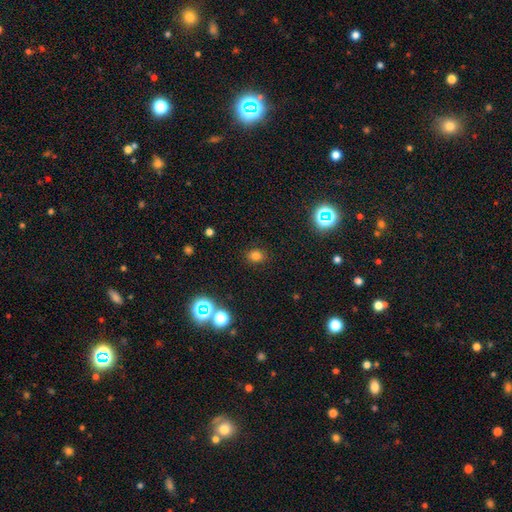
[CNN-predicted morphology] smooth 76%, star or artifact 18%, featured or disk 6%. Down the decision tree: how rounded — round (62%); merging — none (88%).